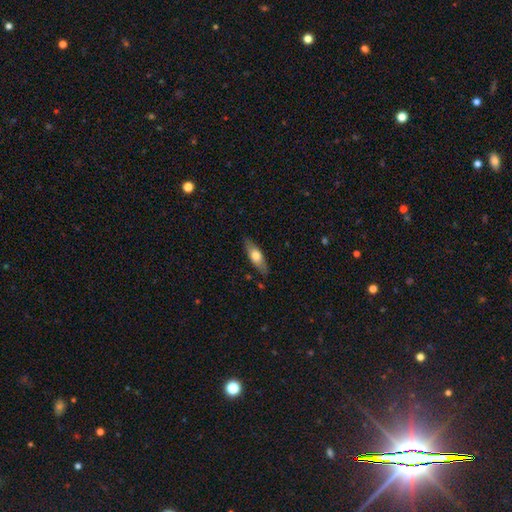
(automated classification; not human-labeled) Smooth or featured? smooth (58%)
How rounded? in between (55%)
Merging? none (83%)